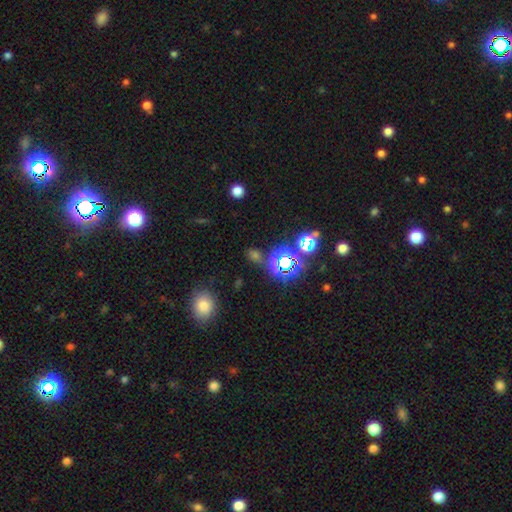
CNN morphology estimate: smooth-or-featured: star or artifact: 59% | smooth: 31% | featured or disk: 9%